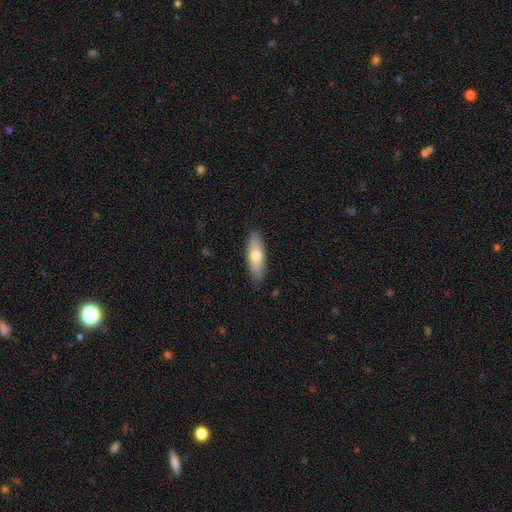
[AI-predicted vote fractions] This appears to be a smooth galaxy with no disk features (68%) that is in between round and cigar-shaped (63%). Merging: none (85%).